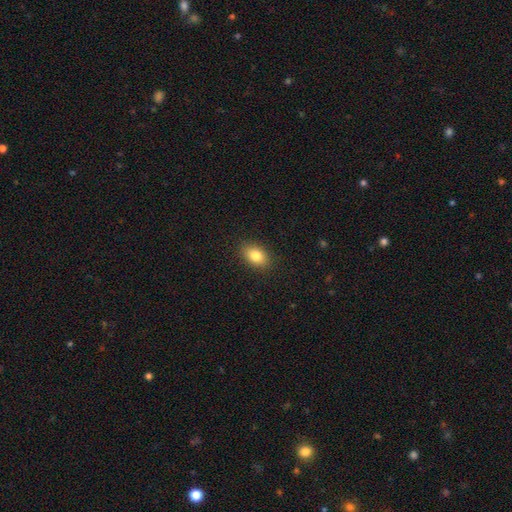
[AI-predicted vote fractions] Smooth or featured?
  - smooth: 83% *
  - featured or disk: 9%
  - star or artifact: 8%
How rounded?
  - in between: 86% *
  - round: 13%
  - cigar-shaped: 2%
Merging?
  - none: 89% *
  - minor disturbance: 8%
  - major disturbance: 2%
  - merger: 1%